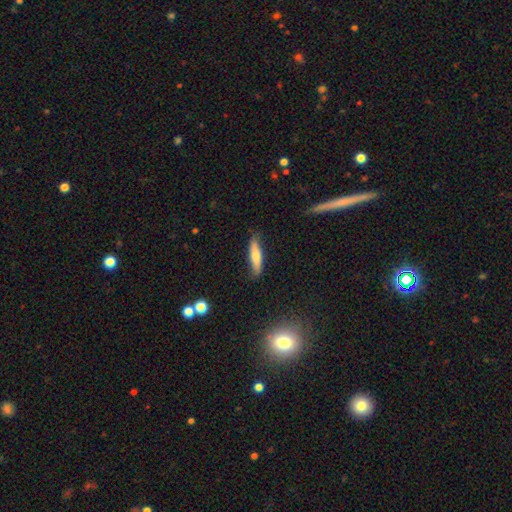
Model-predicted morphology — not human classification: smooth_or_featured: smooth (p=0.68) [alt: featured or disk p=0.26]
how_rounded: cigar-shaped (p=0.76) [alt: in between p=0.22]
merging: none (p=0.81) [alt: minor disturbance p=0.15]